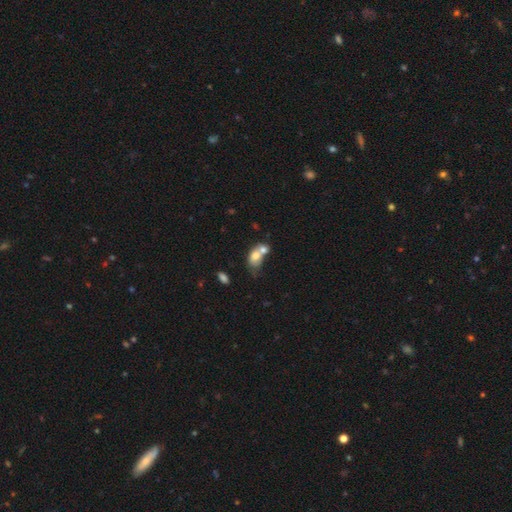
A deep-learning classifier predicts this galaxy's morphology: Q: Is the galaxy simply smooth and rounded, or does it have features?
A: smooth — 72%.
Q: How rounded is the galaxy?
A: in between — 72%.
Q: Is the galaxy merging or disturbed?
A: merger — 67%.